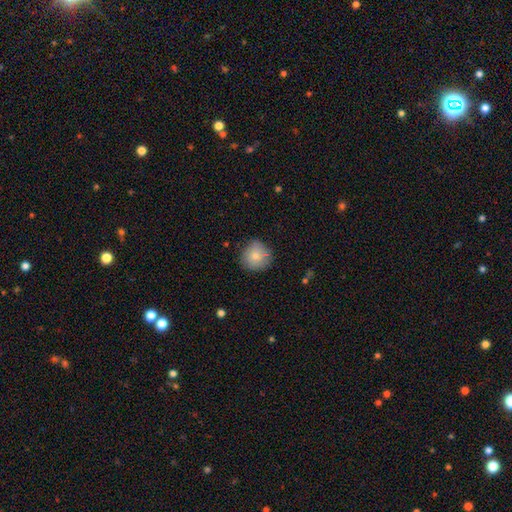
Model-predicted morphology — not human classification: smooth_or_featured: smooth (p=0.77) [alt: featured or disk p=0.14]
how_rounded: round (p=0.92) [alt: in between p=0.07]
merging: none (p=0.81) [alt: minor disturbance p=0.15]